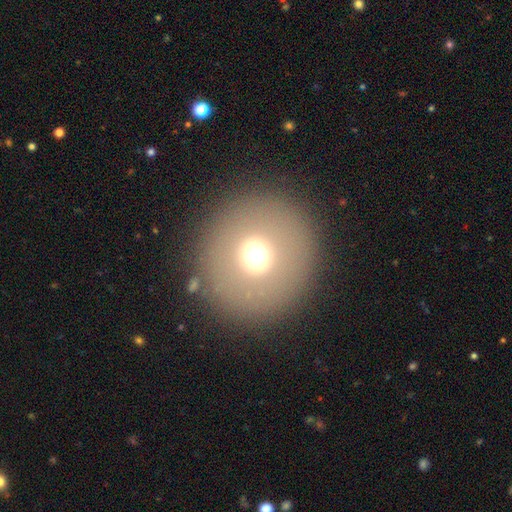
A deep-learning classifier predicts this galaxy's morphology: Q: Smooth or featured?
A: smooth (62%); runner-up: featured or disk (21%)
Q: How rounded?
A: round (89%); runner-up: in between (10%)
Q: Merging?
A: none (85%); runner-up: minor disturbance (7%)